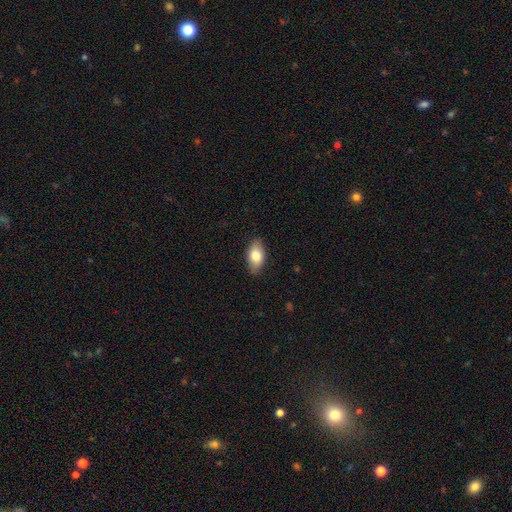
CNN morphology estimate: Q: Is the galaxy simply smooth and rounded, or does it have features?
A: smooth — 77%.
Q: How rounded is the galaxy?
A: in between — 90%.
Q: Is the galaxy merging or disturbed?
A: none — 86%.